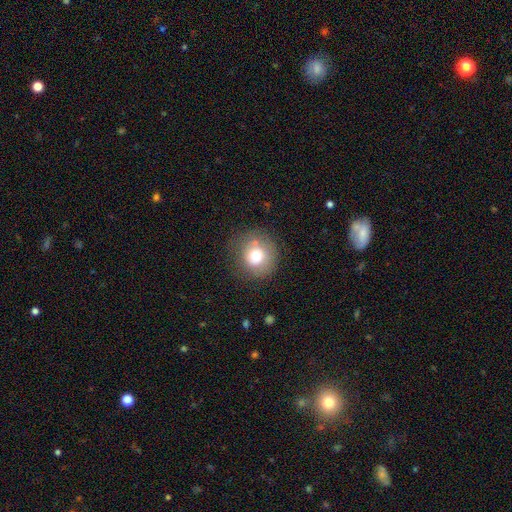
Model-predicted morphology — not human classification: Smooth or featured: smooth — 72% (featured or disk — 16%)
How rounded: round — 88% (in between — 11%)
Merging: none — 73% (minor disturbance — 16%)